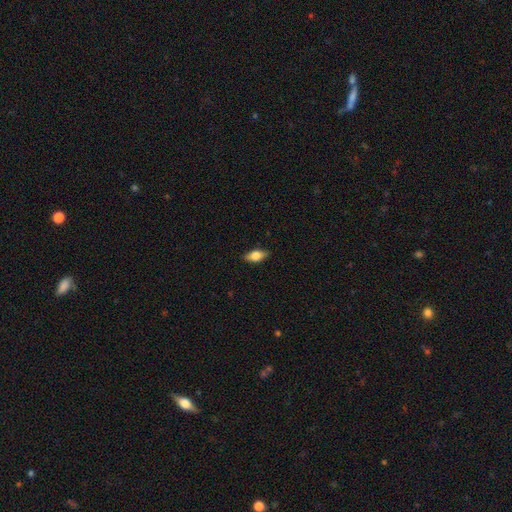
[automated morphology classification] Overall: smooth (71%). How rounded: in between (85%). Merging: none (86%).